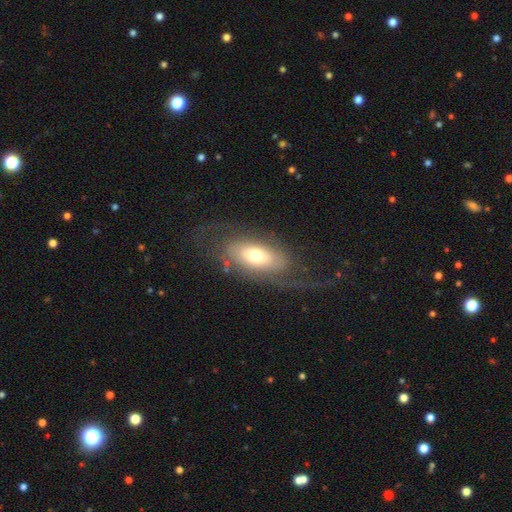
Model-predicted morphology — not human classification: type=featured or disk (56%); edge-on=no (85%); merging=none (59%).